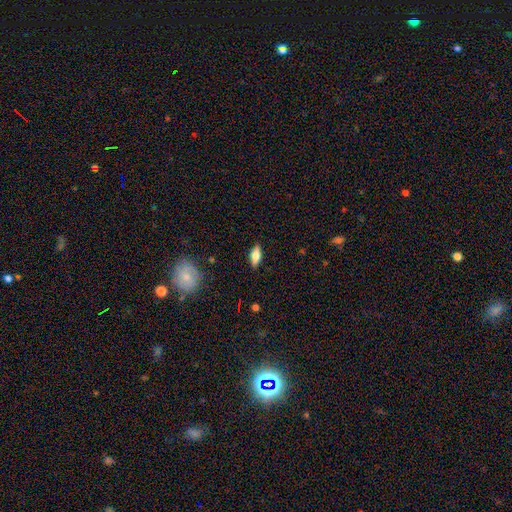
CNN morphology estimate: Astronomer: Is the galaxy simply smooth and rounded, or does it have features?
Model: smooth — 65%.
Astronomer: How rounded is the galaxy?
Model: in between — 75%.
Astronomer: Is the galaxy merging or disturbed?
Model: none — 87%.